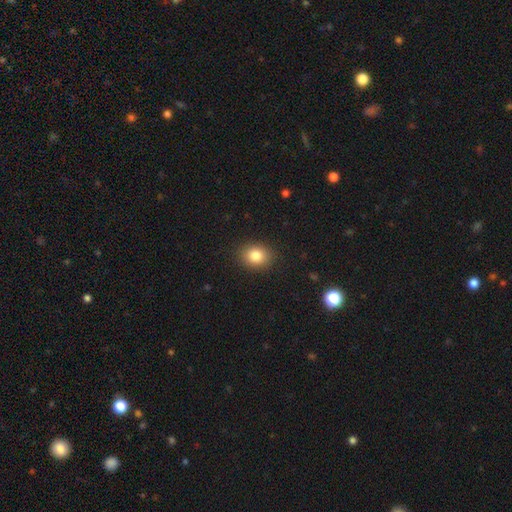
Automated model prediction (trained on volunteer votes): Smooth or featured: smooth — 84% (star or artifact — 10%)
How rounded: round — 52% (in between — 47%)
Merging: none — 88% (minor disturbance — 8%)